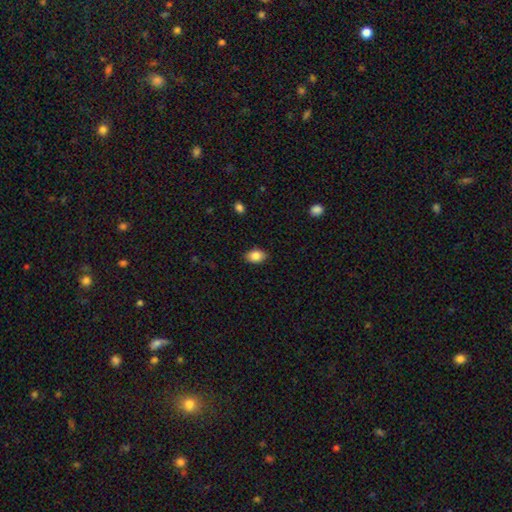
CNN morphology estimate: smooth 85%, star or artifact 8%, featured or disk 7%. Down the decision tree: how rounded — in between (86%); merging — none (88%).